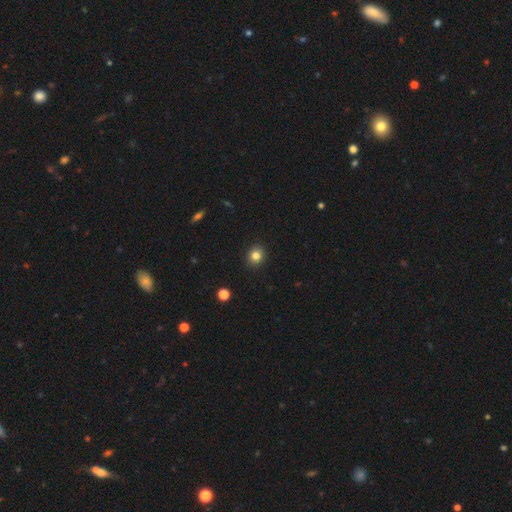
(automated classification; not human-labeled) This appears to be a smooth galaxy with no disk features (82%) that is round (81%). Merging: none (91%).